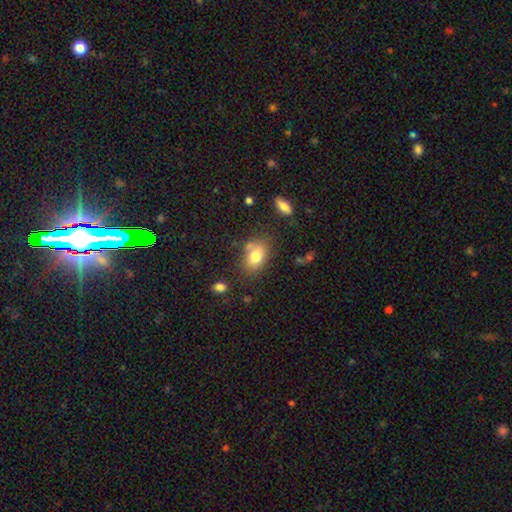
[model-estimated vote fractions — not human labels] Smooth or featured? Predicted: smooth (p=0.78). How rounded? Predicted: in between (p=0.80). Merging? Predicted: none (p=0.68).